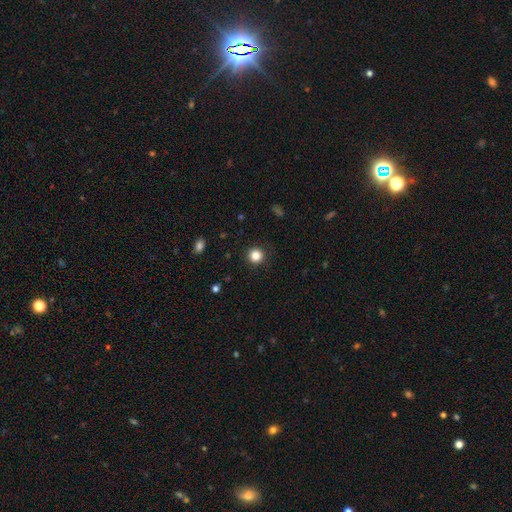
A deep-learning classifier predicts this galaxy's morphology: Smooth or featured: smooth — 84% (star or artifact — 11%)
How rounded: round — 94% (in between — 5%)
Merging: none — 91% (minor disturbance — 6%)